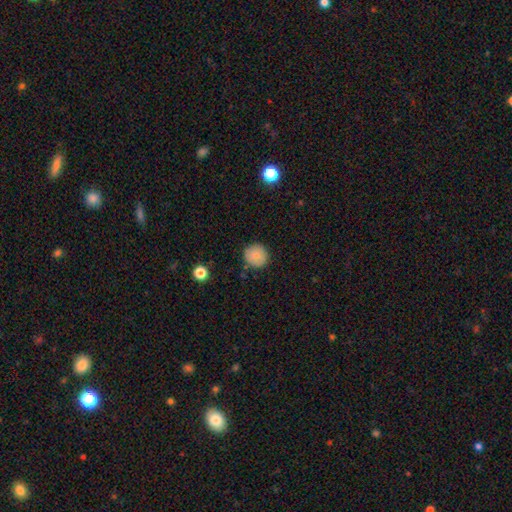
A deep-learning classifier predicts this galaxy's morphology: A smooth galaxy with no disk features (82%) that is round (92%).

Vote fractions:
- Smooth or featured? smooth: 82% / star or artifact: 9% / featured or disk: 9%
- How rounded? round: 92% / in between: 7% / cigar-shaped: 1%
- Merging? none: 85% / minor disturbance: 11% / major disturbance: 2% / merger: 2%